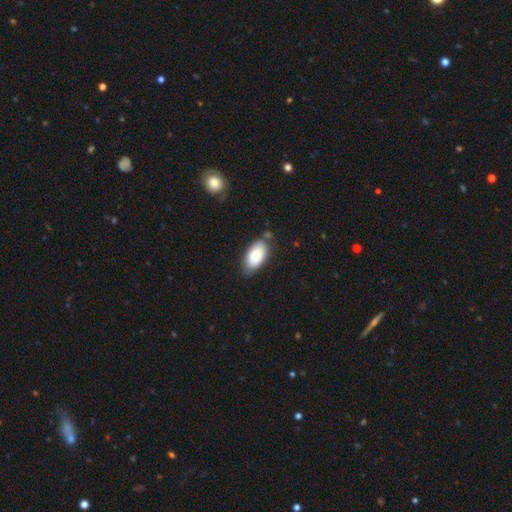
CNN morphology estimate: smooth_or_featured: smooth (p=0.87) [alt: featured or disk p=0.07]
how_rounded: in between (p=0.94) [alt: cigar-shaped p=0.03]
merging: none (p=0.72) [alt: minor disturbance p=0.20]